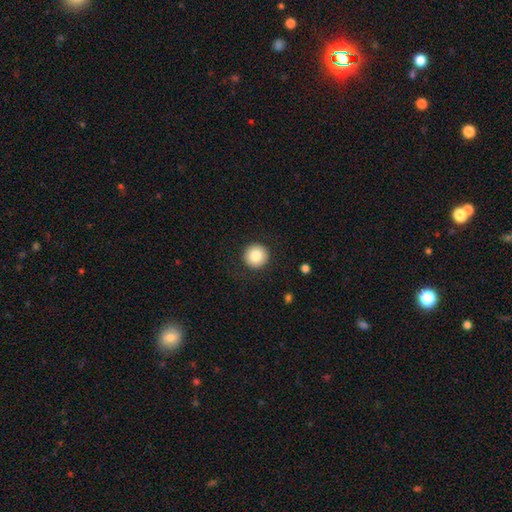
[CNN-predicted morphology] Q: Smooth or featured?
A: smooth (84%); runner-up: star or artifact (8%)
Q: How rounded?
A: round (96%); runner-up: in between (3%)
Q: Merging?
A: none (91%); runner-up: minor disturbance (6%)